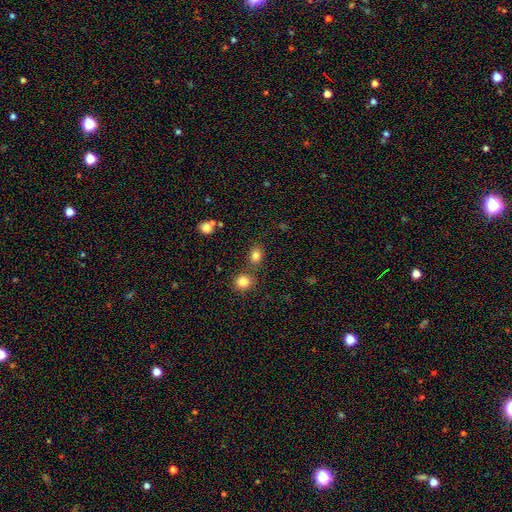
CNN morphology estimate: Smooth or featured: smooth — 82% (star or artifact — 12%)
How rounded: in between — 50% (round — 49%)
Merging: none — 70% (merger — 16%)